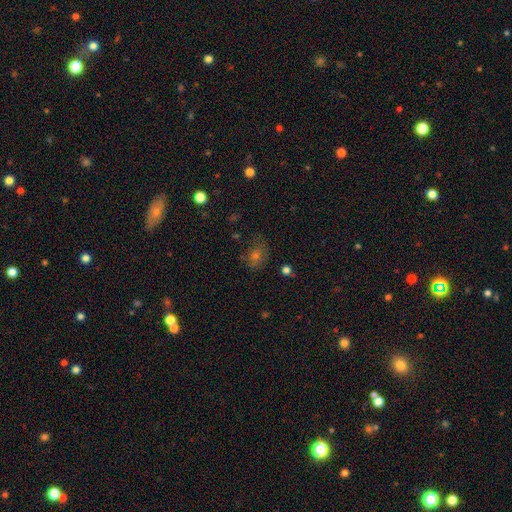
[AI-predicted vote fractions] Smooth or featured? Predicted: smooth (p=0.52). How rounded? Predicted: round (p=0.50). Merging? Predicted: none (p=0.70).